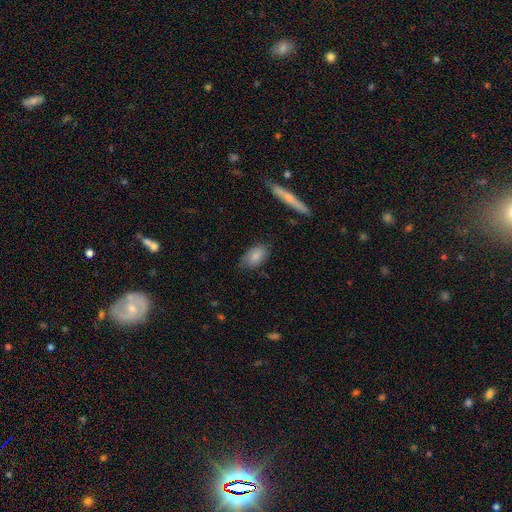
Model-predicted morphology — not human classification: Smooth or featured? smooth (81%)
How rounded? in between (91%)
Merging? none (75%)